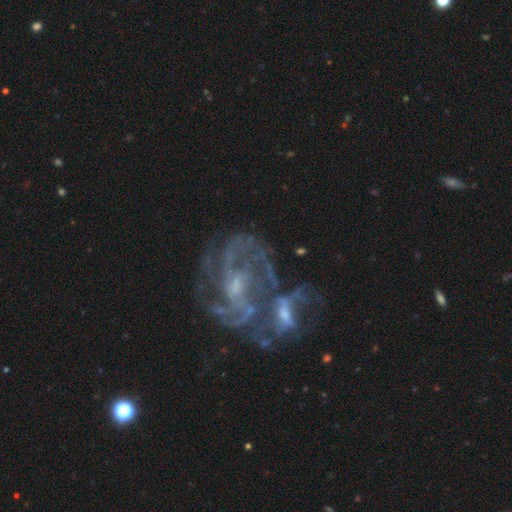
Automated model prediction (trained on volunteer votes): A featured or disk galaxy (84%) with a weak bar (45%), 2 (44%) medium (44%) spiral arms (91%) and a small central bulge (64%).

Vote fractions:
- Smooth or featured? featured or disk: 84% / star or artifact: 10% / smooth: 6%
- Edge-on disk? no: 97% / yes: 3%
- Bar? weak: 45% / no: 36% / strong: 19%
- Spiral arms? yes: 91% / no: 9%
- Spiral winding? medium: 44% / tight: 39% / loose: 17%
- Spiral arm count? 2: 44% / can't tell: 21% / 3: 15% / 4: 7% / 1: 6% / more than 4: 6%
- Bulge size? small: 64% / moderate: 26% / none: 7% / large: 2% / dominant: 1%
- Merging? merger: 49% / none: 28% / major disturbance: 12% / minor disturbance: 12%